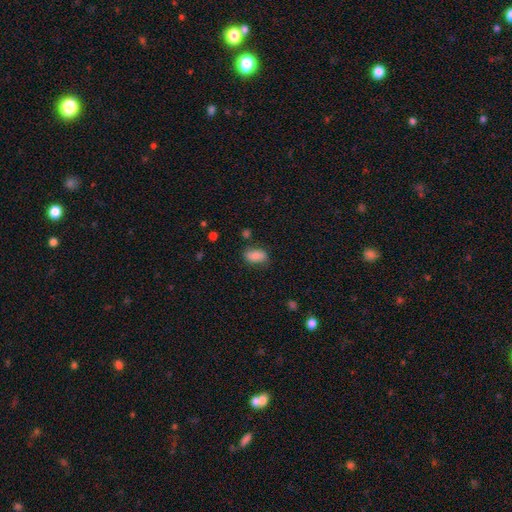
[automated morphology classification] smooth_or_featured: smooth (p=0.81) [alt: featured or disk p=0.11]
how_rounded: in between (p=0.90) [alt: round p=0.07]
merging: none (p=0.71) [alt: minor disturbance p=0.20]